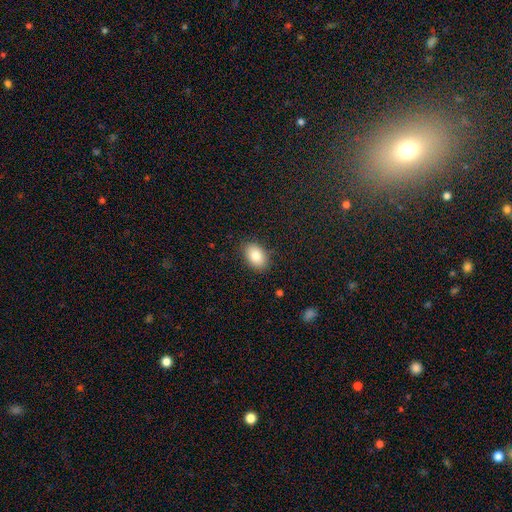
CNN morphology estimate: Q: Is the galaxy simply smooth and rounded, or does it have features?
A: smooth — 84%.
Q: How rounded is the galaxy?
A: in between — 86%.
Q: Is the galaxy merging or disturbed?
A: none — 86%.